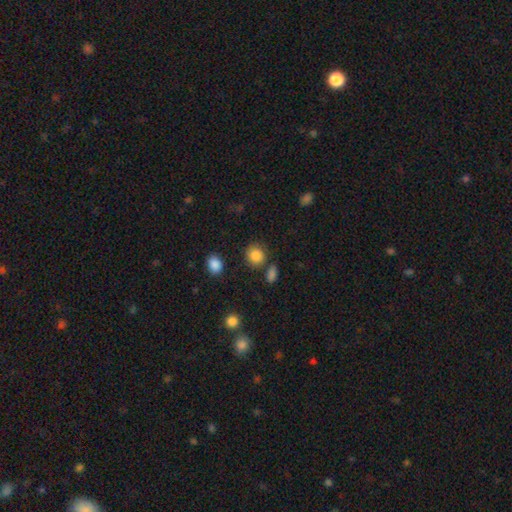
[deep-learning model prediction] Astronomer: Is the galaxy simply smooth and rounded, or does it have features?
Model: smooth — 86%.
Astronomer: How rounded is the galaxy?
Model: round — 80%.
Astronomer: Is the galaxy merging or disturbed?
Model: none — 76%.